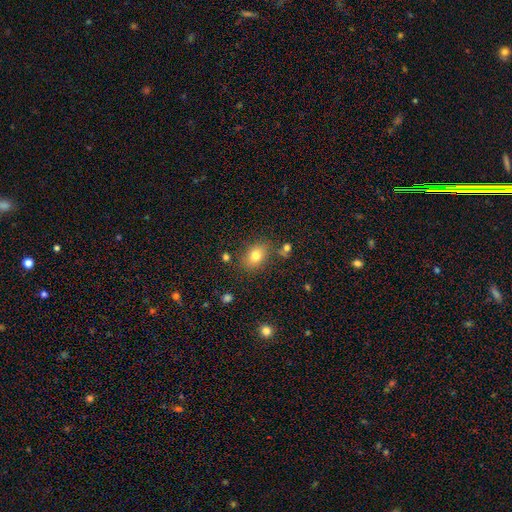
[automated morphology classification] type=smooth (78%); roundness=in between (68%); merging=none (78%).